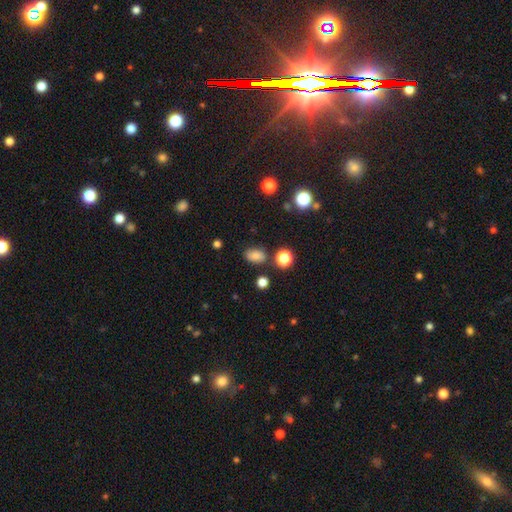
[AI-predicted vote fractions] Smooth or featured: smooth — 79% (star or artifact — 13%)
How rounded: in between — 83% (round — 16%)
Merging: none — 80% (minor disturbance — 13%)